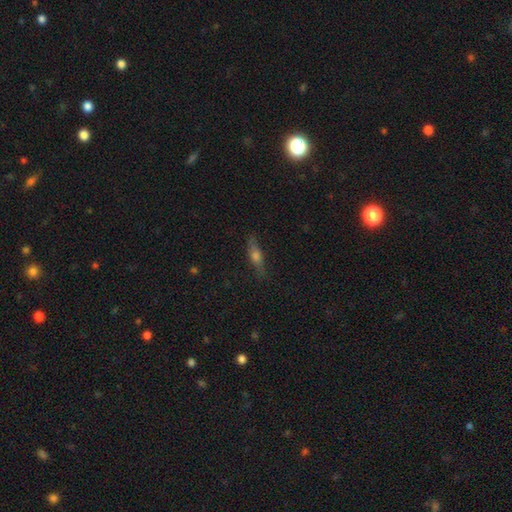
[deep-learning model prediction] The model was most divided on "smooth or featured": featured or disk: 48%, smooth: 42%, star or artifact: 11%. More confident: merging — none (82%).